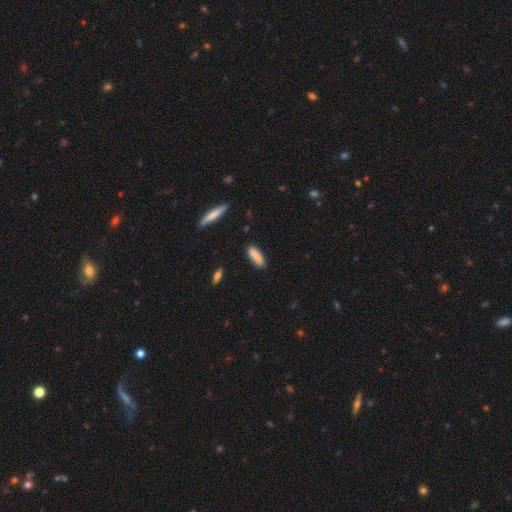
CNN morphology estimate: Smooth or featured? smooth (84%)
How rounded? cigar-shaped (57%)
Merging? none (85%)